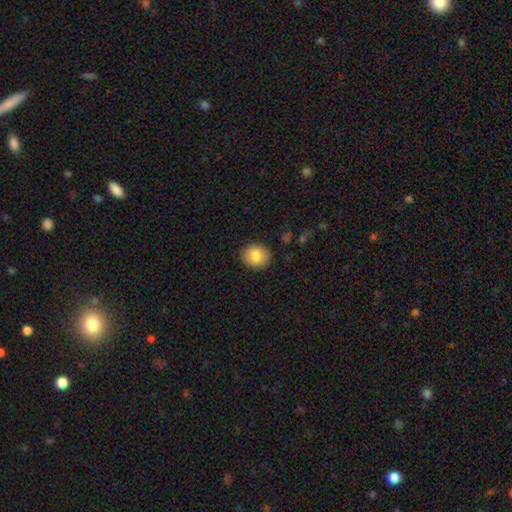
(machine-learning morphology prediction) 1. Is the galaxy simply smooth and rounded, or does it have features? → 81% smooth, 11% featured or disk, 8% star or artifact.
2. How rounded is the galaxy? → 69% round, 30% in between, 1% cigar-shaped.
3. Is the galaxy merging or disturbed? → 89% none, 8% minor disturbance, 2% major disturbance, 1% merger.